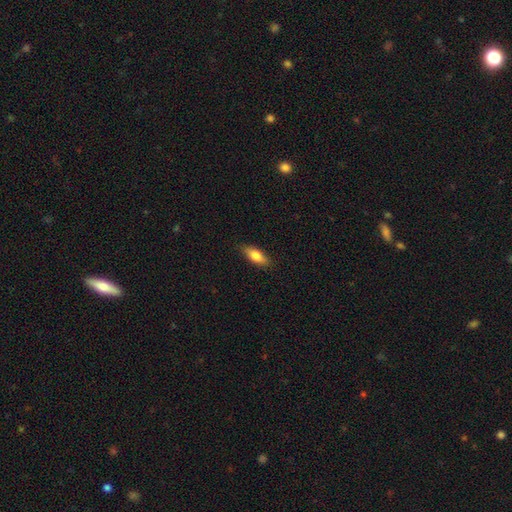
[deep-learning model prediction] This is likely a smooth galaxy (77%). How rounded: likely in between (70%). Merging: clearly none (86%).